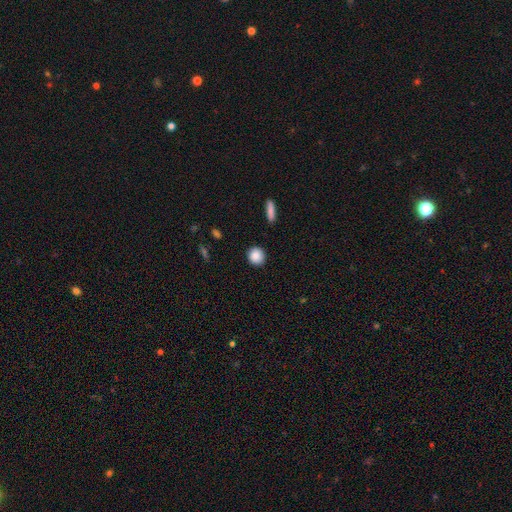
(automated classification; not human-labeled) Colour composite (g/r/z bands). It shows a smooth galaxy with no disk features (88%) that is round (90%). Merging: none (91%).